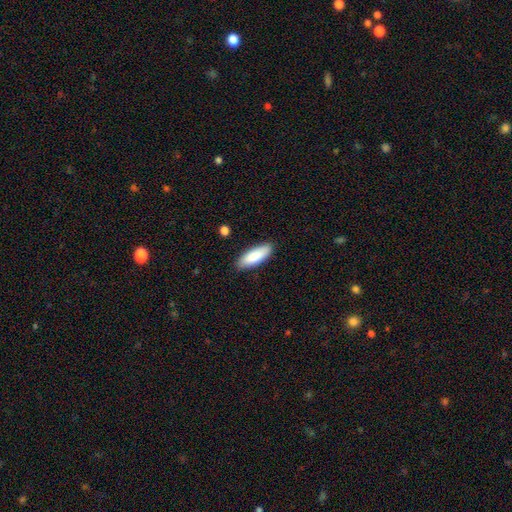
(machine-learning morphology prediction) type=smooth (86%); roundness=in between (68%); merging=none (87%).